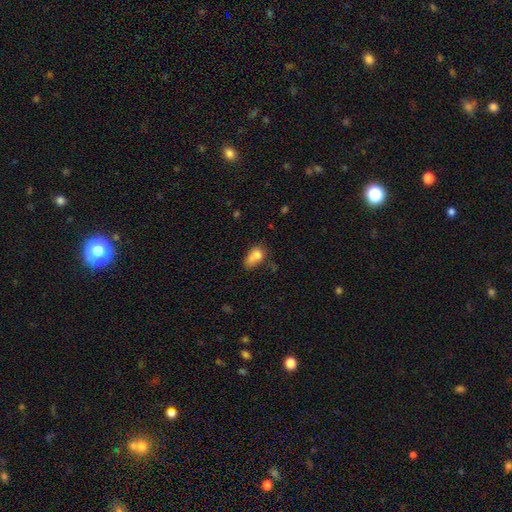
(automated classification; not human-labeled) Q: Smooth or featured?
A: smooth (75%); runner-up: featured or disk (15%)
Q: How rounded?
A: in between (77%); runner-up: round (20%)
Q: Merging?
A: merger (28%); tied with: none (28%)